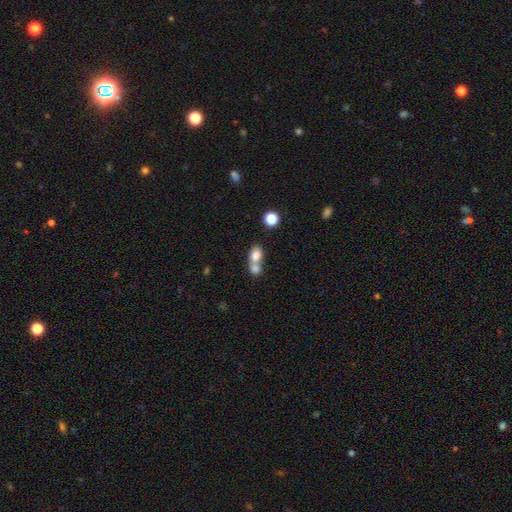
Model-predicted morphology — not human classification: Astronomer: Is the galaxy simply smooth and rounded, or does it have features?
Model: smooth — 77%.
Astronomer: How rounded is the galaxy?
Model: in between — 59% (runner-up: round, 39%).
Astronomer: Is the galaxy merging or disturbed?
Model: merger — 67%.